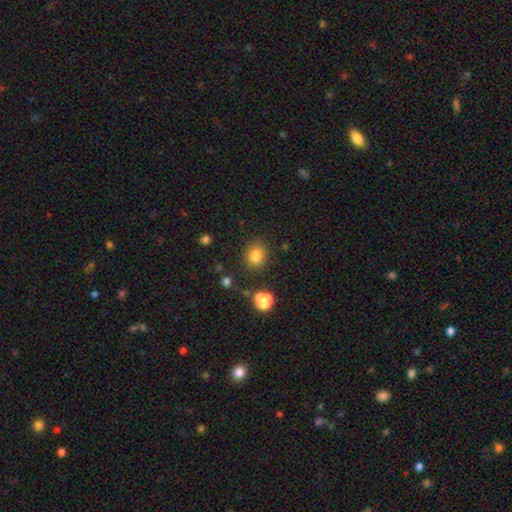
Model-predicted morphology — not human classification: Smooth or featured?
  - smooth: 82% *
  - star or artifact: 12%
  - featured or disk: 6%
How rounded?
  - round: 76% *
  - in between: 23%
  - cigar-shaped: 1%
Merging?
  - none: 84% *
  - minor disturbance: 9%
  - major disturbance: 3%
  - merger: 3%